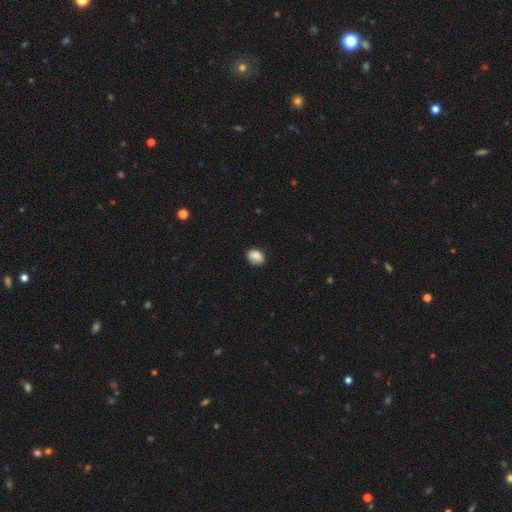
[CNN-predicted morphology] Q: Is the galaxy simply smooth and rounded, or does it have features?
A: smooth — 85%.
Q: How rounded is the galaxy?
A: in between — 60%.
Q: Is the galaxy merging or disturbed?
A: none — 80%.